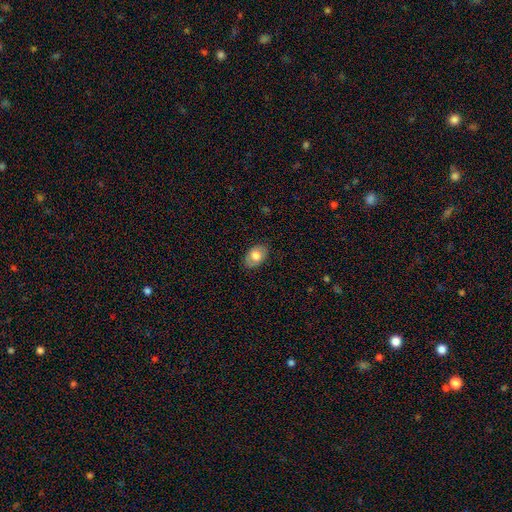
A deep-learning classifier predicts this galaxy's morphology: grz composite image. It shows a smooth galaxy with no disk features (73%) that is in between round and cigar-shaped (83%). Merging: none (83%).